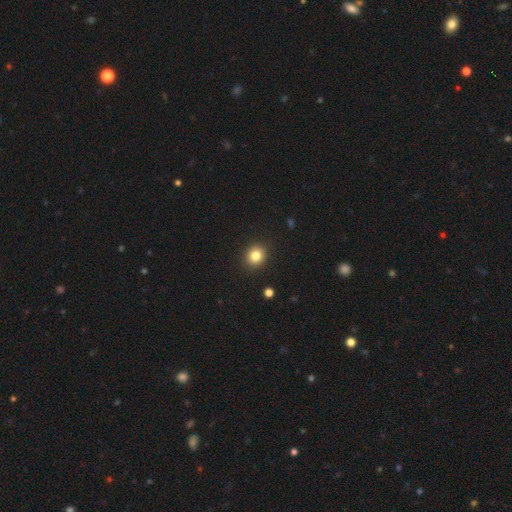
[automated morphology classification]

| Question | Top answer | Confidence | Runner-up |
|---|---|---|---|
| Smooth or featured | smooth | 83% | star or artifact (11%) |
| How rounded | round | 82% | in between (17%) |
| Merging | none | 91% | minor disturbance (6%) |